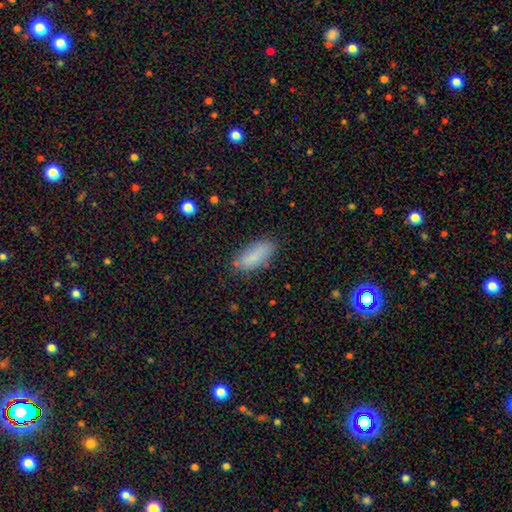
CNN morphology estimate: Smooth or featured? Predicted: smooth (p=0.85). How rounded? Predicted: in between (p=0.78). Merging? Predicted: none (p=0.79).